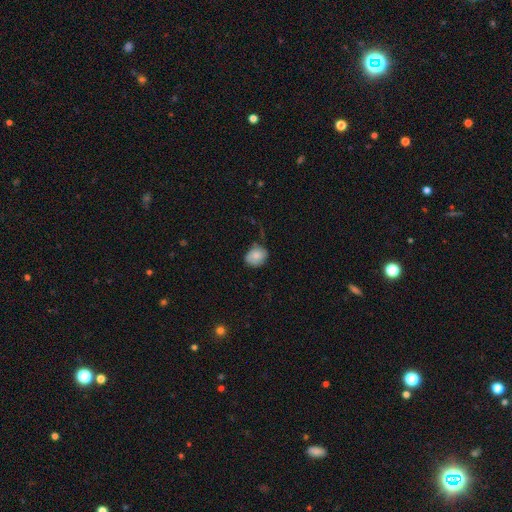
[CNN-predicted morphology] A smooth galaxy with no disk features (80%) that is round (59%). Merging: none (66%).